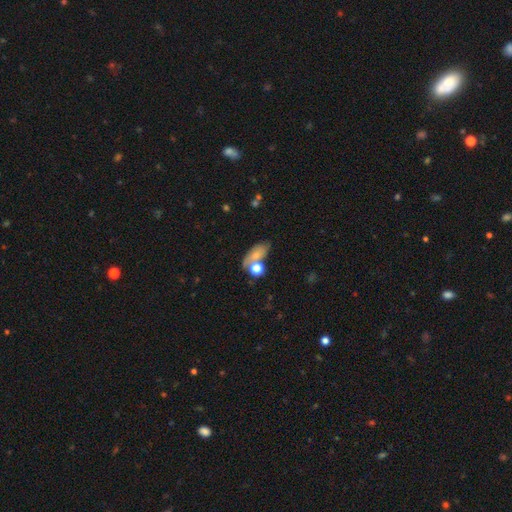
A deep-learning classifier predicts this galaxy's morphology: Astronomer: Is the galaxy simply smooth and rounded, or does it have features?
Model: smooth — 65%.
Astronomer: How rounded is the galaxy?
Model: in between — 77%.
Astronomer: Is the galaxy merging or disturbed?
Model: none — 45% (runner-up: merger, 26%).